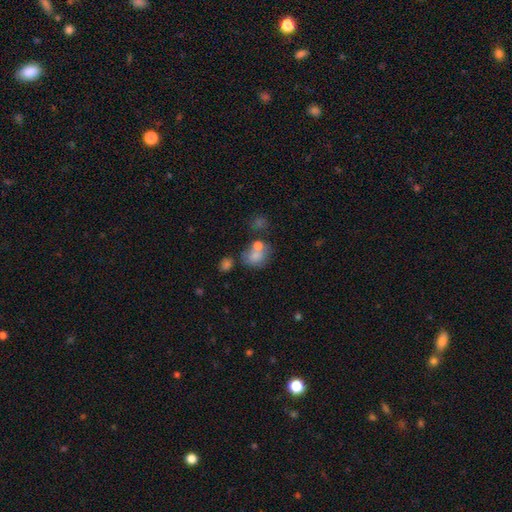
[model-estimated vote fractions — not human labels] Morphology: type=smooth (72%); roundness=round (58%); merging=none (42%).